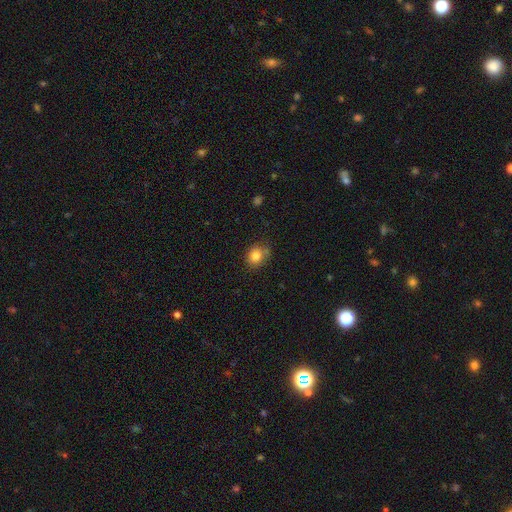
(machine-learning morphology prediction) This appears to be a smooth galaxy with no disk features (83%) that is round (72%). Merging: none (72%).